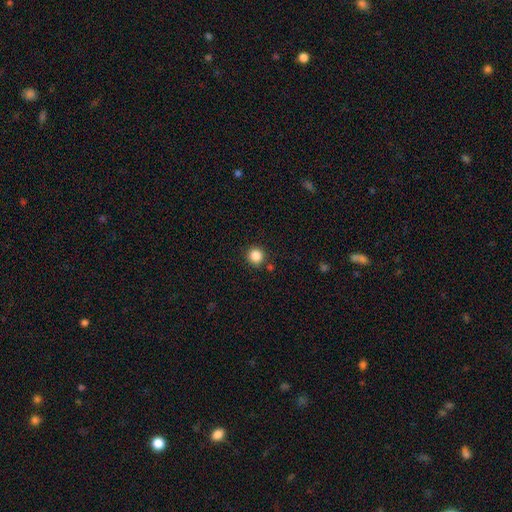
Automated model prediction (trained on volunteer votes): A smooth galaxy with no disk features (86%) that is round (94%).

Vote fractions:
- Smooth or featured? smooth: 86% / star or artifact: 11% / featured or disk: 3%
- How rounded? round: 94% / in between: 5% / cigar-shaped: 1%
- Merging? none: 88% / minor disturbance: 7% / merger: 3% / major disturbance: 2%